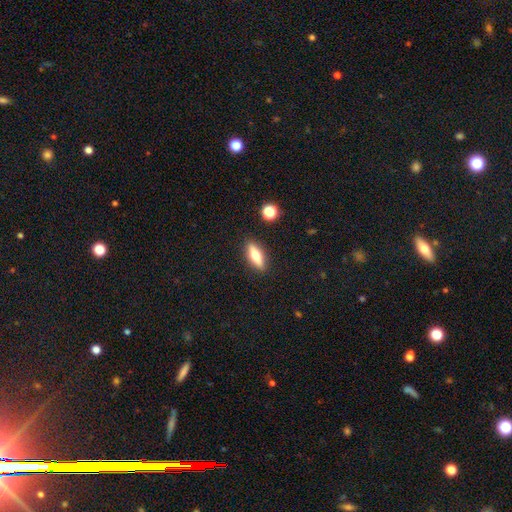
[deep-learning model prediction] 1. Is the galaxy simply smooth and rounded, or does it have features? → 58% smooth, 34% featured or disk, 7% star or artifact.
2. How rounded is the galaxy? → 51% cigar-shaped, 46% in between, 3% round.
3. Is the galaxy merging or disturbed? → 89% none, 8% minor disturbance, 2% major disturbance, 2% merger.